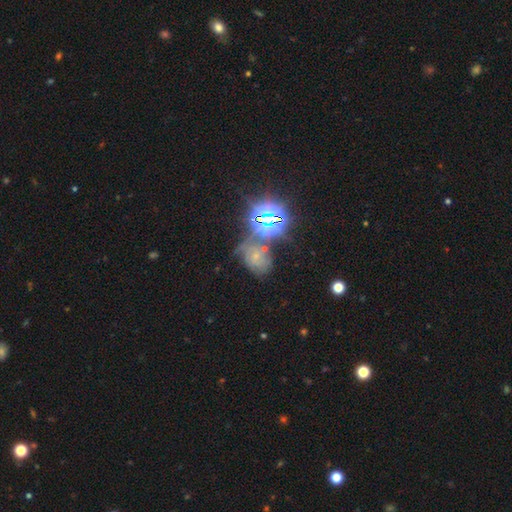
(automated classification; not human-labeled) Q: Smooth or featured?
A: star or artifact (40%); runner-up: featured or disk (31%)